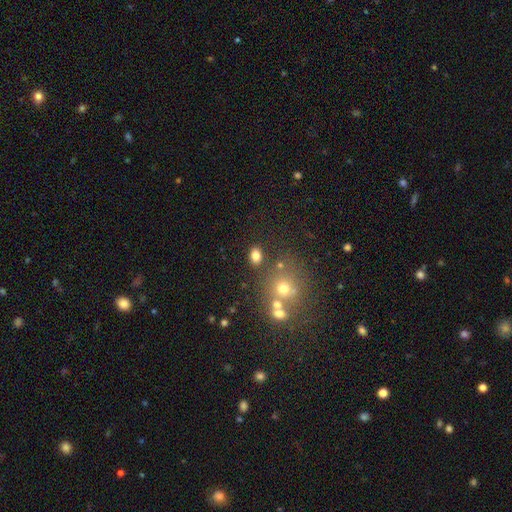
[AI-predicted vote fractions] Morphology: type=smooth (78%); roundness=in between (76%); merging=none (79%).